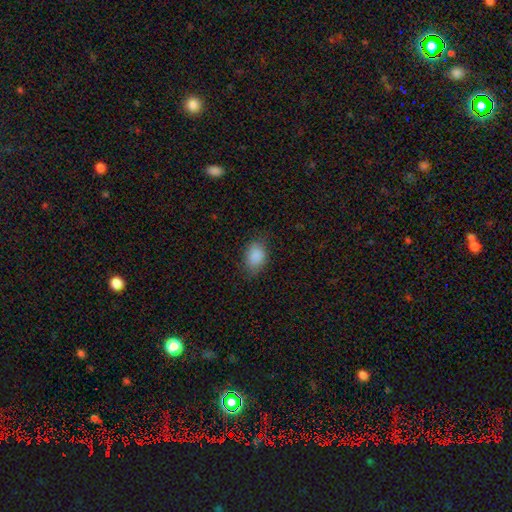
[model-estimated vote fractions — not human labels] The model was most divided on "merging": none: 73%, minor disturbance: 20%, major disturbance: 5%, merger: 1%. More confident: smooth or featured — smooth (88%); how rounded — in between (80%).